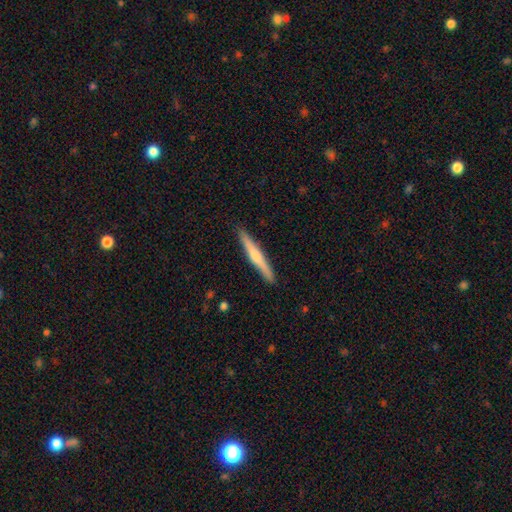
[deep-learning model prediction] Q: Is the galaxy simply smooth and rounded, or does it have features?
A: featured or disk — 53%.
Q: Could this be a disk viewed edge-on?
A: yes — 97%.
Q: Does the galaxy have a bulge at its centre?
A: rounded — 75%.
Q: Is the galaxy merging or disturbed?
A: none — 91%.